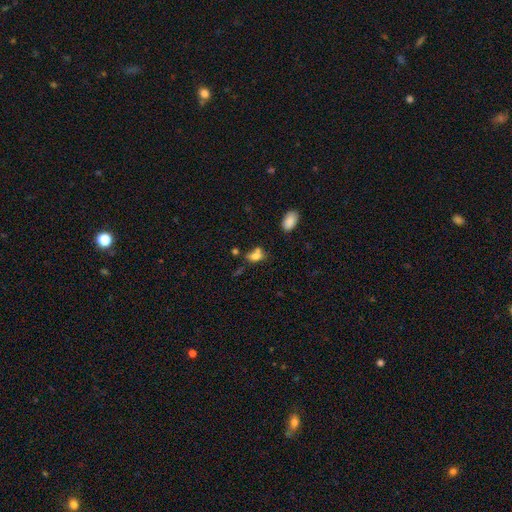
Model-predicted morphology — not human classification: smooth 73%, featured or disk 14%, star or artifact 12%. Down the decision tree: how rounded — in between (77%); merging — none (39%).